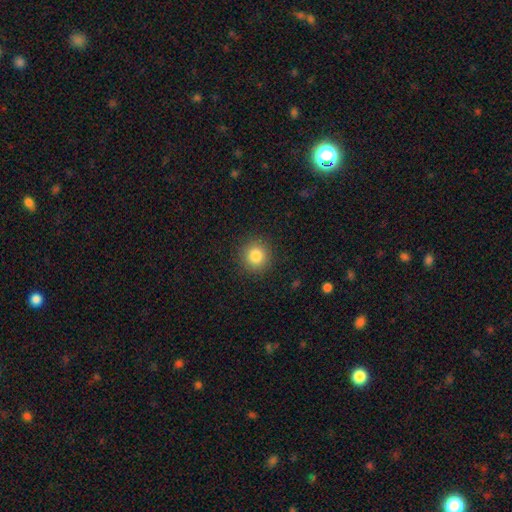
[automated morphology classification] A smooth galaxy with no disk features (83%) that is round (93%). Merging: none (90%).